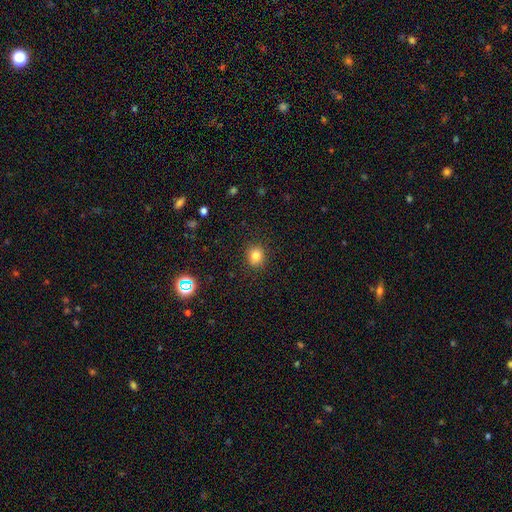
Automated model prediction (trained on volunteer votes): A smooth galaxy with no disk features (80%) that is round (84%).

Vote fractions:
- Smooth or featured? smooth: 80% / star or artifact: 13% / featured or disk: 7%
- How rounded? round: 84% / in between: 15% / cigar-shaped: 1%
- Merging? none: 90% / minor disturbance: 7% / major disturbance: 2% / merger: 1%